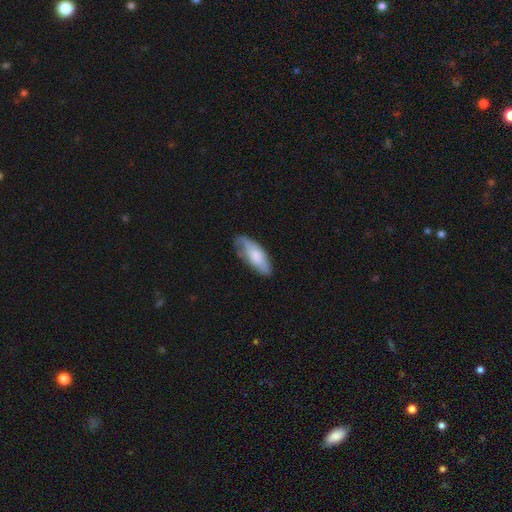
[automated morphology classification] A smooth galaxy with no disk features (67%) that is in between round and cigar-shaped (76%). Merging: none (65%).